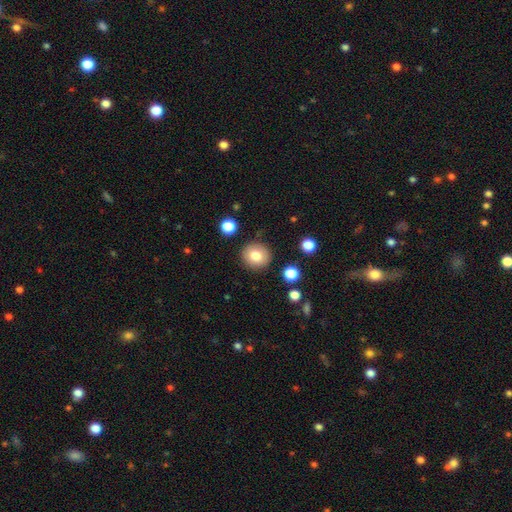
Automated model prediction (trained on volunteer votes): Smooth or featured? Predicted: smooth (p=0.80). How rounded? Predicted: round (p=0.87). Merging? Predicted: none (p=0.88).